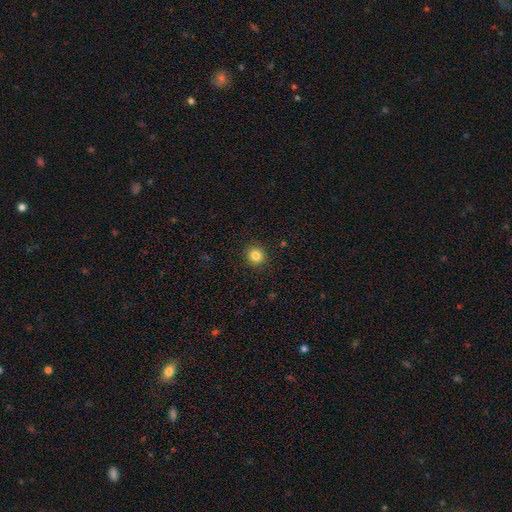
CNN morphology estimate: The model was most divided on "smooth or featured": smooth: 84%, star or artifact: 11%, featured or disk: 5%. More confident: merging — none (92%); how rounded — round (88%).